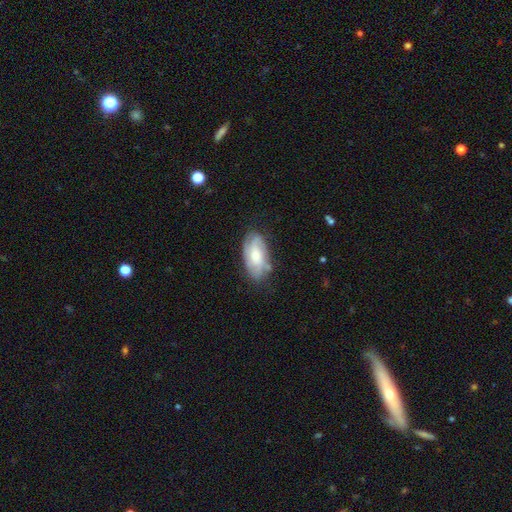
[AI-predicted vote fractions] Morphology: type=featured or disk (51%); edge-on=no (91%); merging=none (65%).